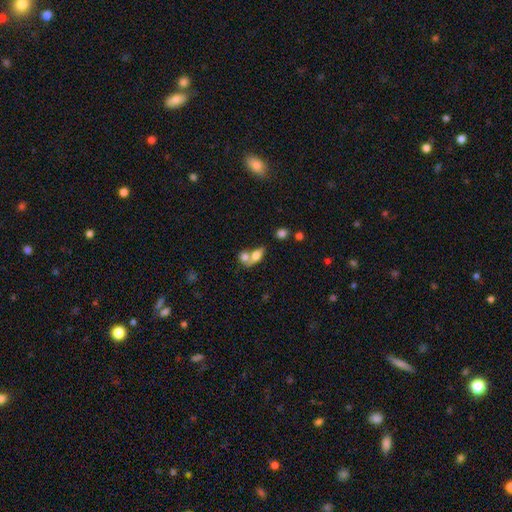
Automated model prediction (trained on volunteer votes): smooth-or-featured: smooth: 67% | featured or disk: 24% | star or artifact: 9%
  how-rounded: in between: 74% | round: 13% | cigar-shaped: 13%
  merging: merger: 56% | none: 30% | minor disturbance: 9% | major disturbance: 5%